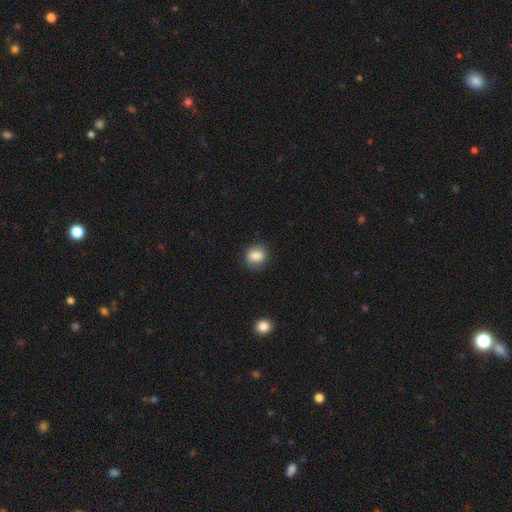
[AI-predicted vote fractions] smooth-or-featured: smooth: 85% | star or artifact: 9% | featured or disk: 6%
  how-rounded: round: 59% | in between: 40% | cigar-shaped: 1%
  merging: none: 84% | minor disturbance: 11% | major disturbance: 3% | merger: 1%